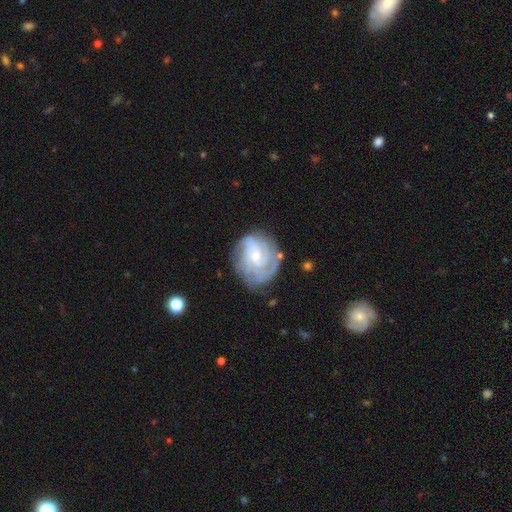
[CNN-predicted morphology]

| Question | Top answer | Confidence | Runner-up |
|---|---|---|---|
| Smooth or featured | featured or disk | 84% | smooth (10%) |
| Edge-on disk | no | 98% | yes (2%) |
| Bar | no | 59% | weak (35%) |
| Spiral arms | yes | 96% | no (4%) |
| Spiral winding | tight | 68% | medium (27%) |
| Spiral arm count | can't tell | 29% | 4 (24%) |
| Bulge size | small | 56% | moderate (38%) |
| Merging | none | 73% | minor disturbance (18%) |